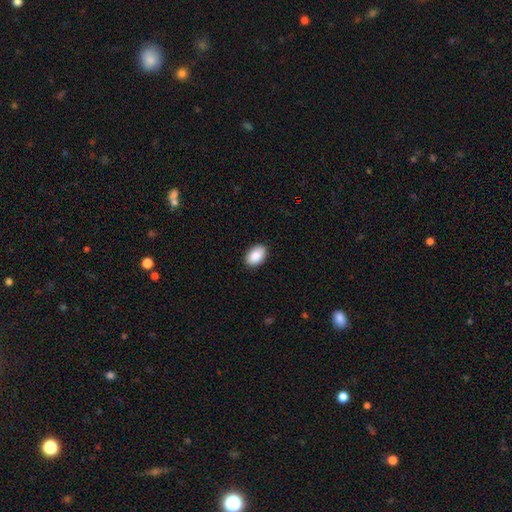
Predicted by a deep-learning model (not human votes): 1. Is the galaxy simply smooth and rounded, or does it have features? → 90% smooth, 7% star or artifact, 4% featured or disk.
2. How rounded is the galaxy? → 90% in between, 9% round, 1% cigar-shaped.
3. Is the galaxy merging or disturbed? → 89% none, 8% minor disturbance, 2% major disturbance, 1% merger.